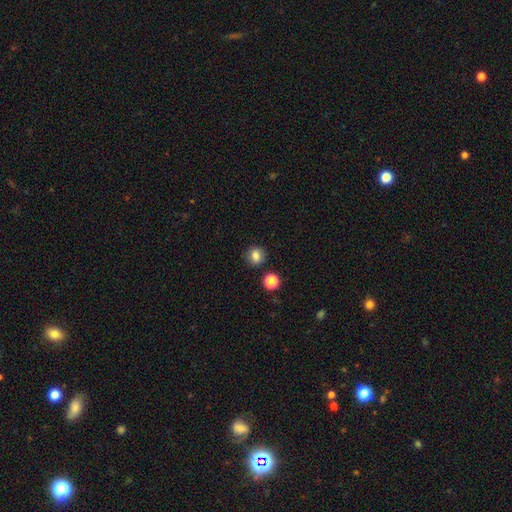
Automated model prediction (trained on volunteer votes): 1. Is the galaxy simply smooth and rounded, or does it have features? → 80% smooth, 12% star or artifact, 8% featured or disk.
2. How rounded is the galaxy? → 79% round, 20% in between, 1% cigar-shaped.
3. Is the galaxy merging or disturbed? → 84% none, 8% minor disturbance, 5% merger, 3% major disturbance.